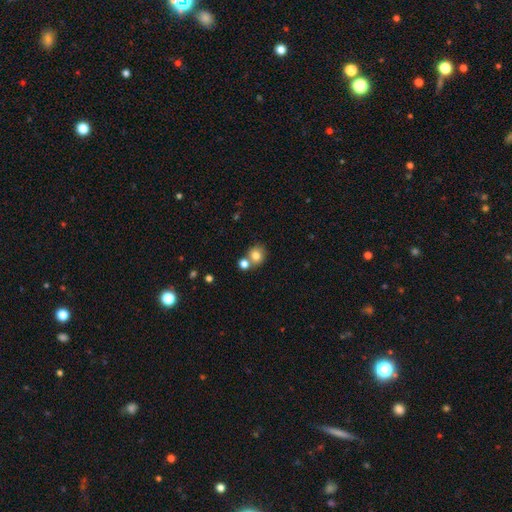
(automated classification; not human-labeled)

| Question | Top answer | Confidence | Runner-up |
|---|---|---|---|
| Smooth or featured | smooth | 78% | star or artifact (11%) |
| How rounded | round | 78% | in between (21%) |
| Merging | none | 55% | merger (32%) |